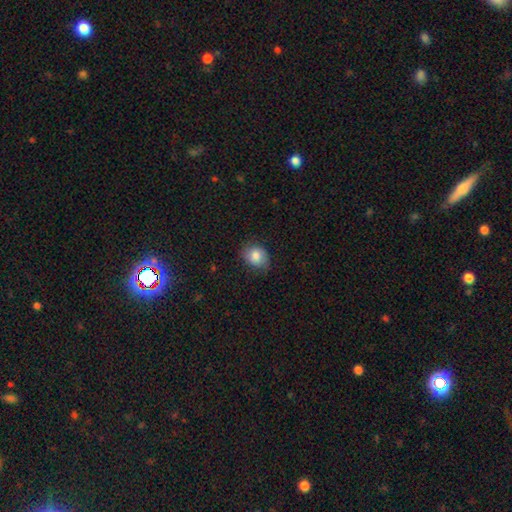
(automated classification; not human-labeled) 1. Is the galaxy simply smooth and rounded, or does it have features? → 81% smooth, 11% featured or disk, 8% star or artifact.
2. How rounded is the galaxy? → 52% in between, 47% round, 1% cigar-shaped.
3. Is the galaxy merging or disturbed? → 73% none, 21% minor disturbance, 5% major disturbance, 1% merger.